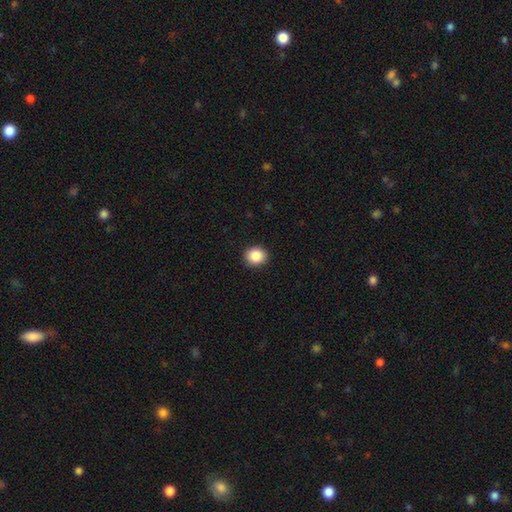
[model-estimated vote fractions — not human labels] A smooth galaxy with no disk features (87%) that is round (82%).

Vote fractions:
- Smooth or featured? smooth: 87% / star or artifact: 9% / featured or disk: 4%
- How rounded? round: 82% / in between: 17% / cigar-shaped: 1%
- Merging? none: 91% / minor disturbance: 6% / major disturbance: 2% / merger: 1%